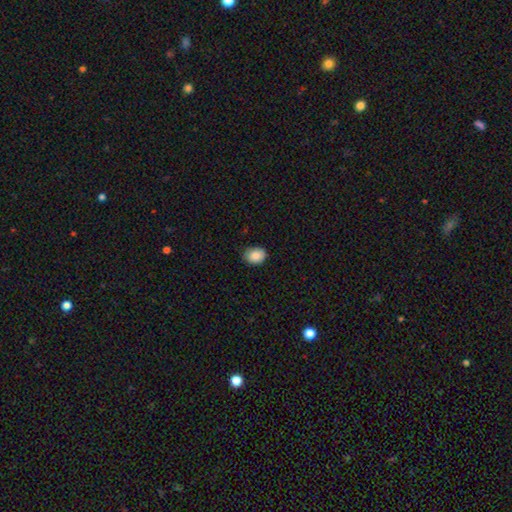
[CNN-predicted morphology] Smooth or featured: smooth — 85% (star or artifact — 8%)
How rounded: in between — 54% (round — 45%)
Merging: none — 81% (minor disturbance — 16%)